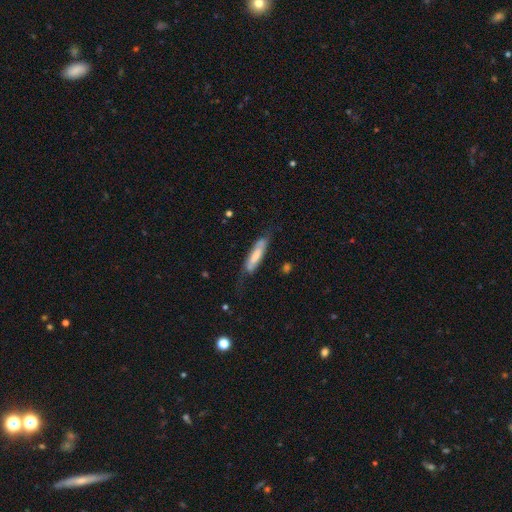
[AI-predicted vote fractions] smooth-or-featured: smooth: 58% | featured or disk: 36% | star or artifact: 6%
  how-rounded: cigar-shaped: 71% | in between: 27% | round: 2%
  merging: none: 55% | minor disturbance: 27% | major disturbance: 14% | merger: 3%